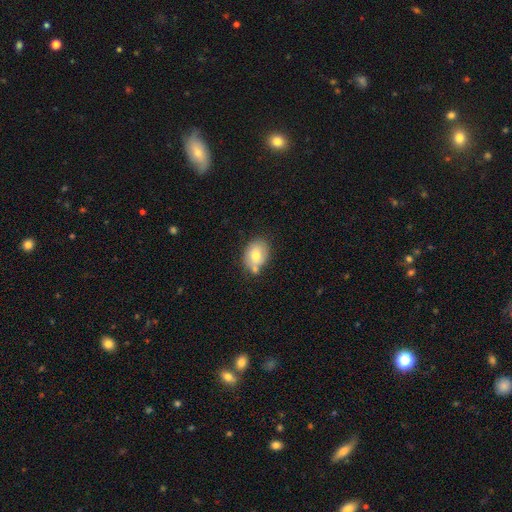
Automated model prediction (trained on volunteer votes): Q: Smooth or featured?
A: smooth (70%); runner-up: featured or disk (22%)
Q: How rounded?
A: in between (64%); runner-up: round (34%)
Q: Merging?
A: none (61%); runner-up: minor disturbance (20%)